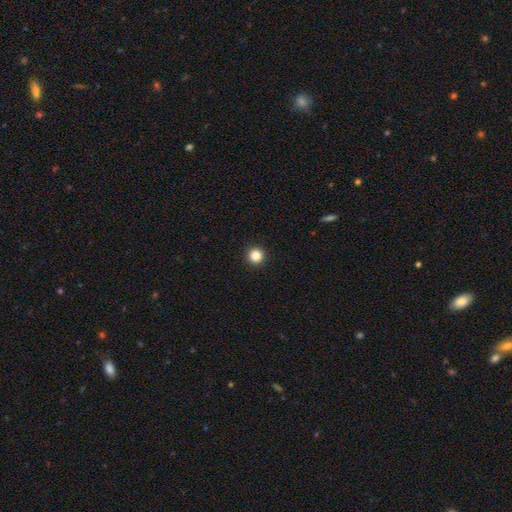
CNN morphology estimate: type=smooth (85%); roundness=round (96%); merging=none (94%).